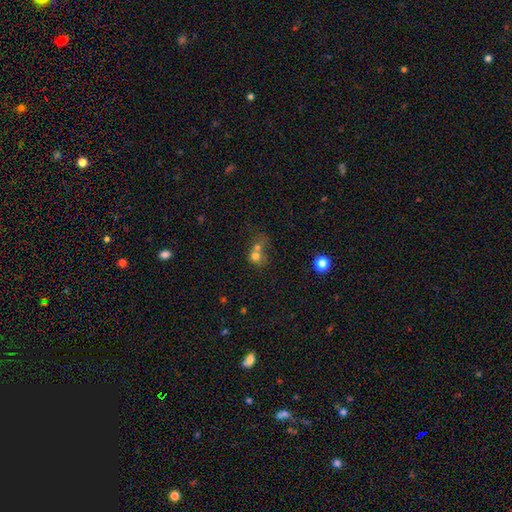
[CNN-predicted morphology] Overall: smooth (69%). How rounded: round (76%). Merging: merger (60%; none 26%).